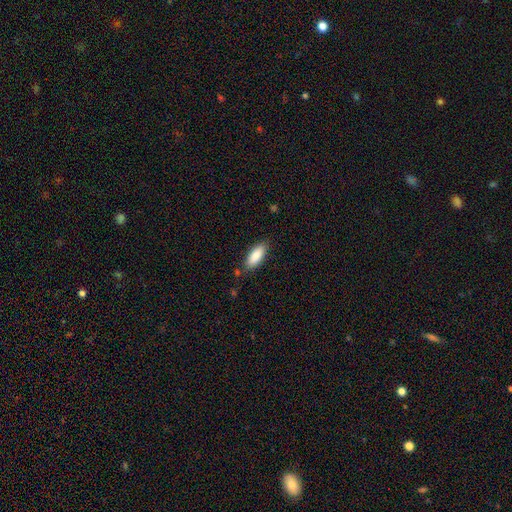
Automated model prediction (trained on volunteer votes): The model was most divided on "how rounded": in between: 75%, cigar-shaped: 23%, round: 2%. More confident: smooth or featured — smooth (87%); merging — none (81%).